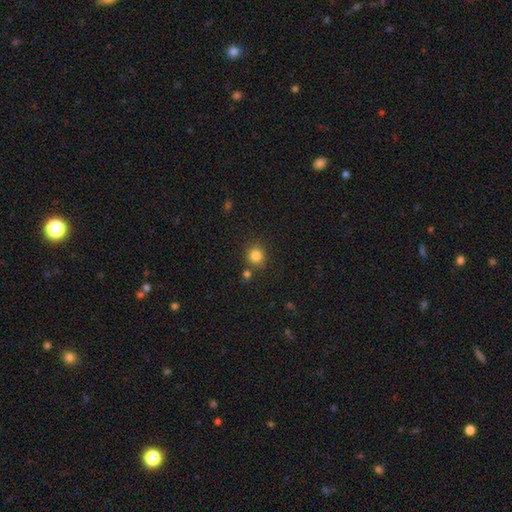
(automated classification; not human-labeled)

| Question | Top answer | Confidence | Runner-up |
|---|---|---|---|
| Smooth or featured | smooth | 83% | star or artifact (12%) |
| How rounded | round | 87% | in between (12%) |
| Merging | none | 78% | minor disturbance (10%) |